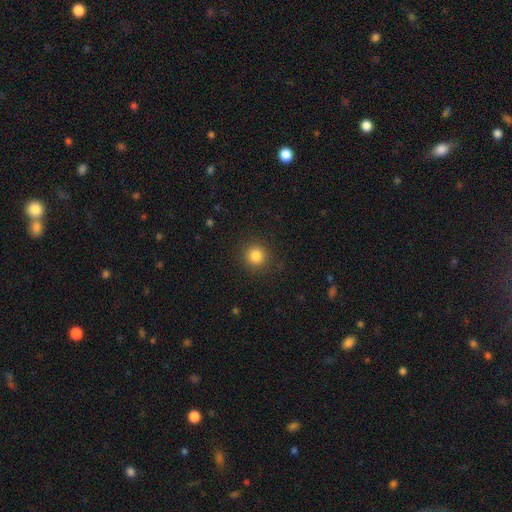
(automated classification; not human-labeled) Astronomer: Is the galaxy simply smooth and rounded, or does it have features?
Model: smooth — 84%.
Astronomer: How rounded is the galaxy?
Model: round — 92%.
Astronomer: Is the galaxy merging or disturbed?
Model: none — 90%.